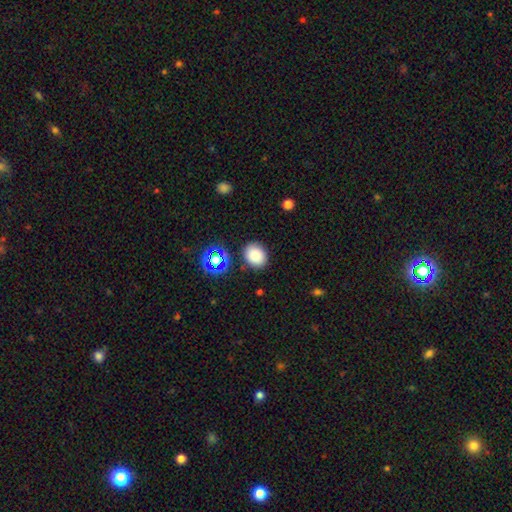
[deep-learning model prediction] smooth-or-featured: smooth: 82% | star or artifact: 13% | featured or disk: 5%
  how-rounded: round: 51% | in between: 48% | cigar-shaped: 1%
  merging: none: 85% | minor disturbance: 10% | major disturbance: 3% | merger: 2%